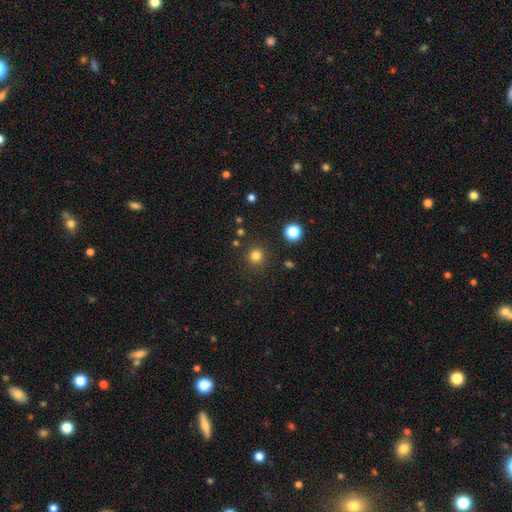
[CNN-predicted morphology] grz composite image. It shows a smooth galaxy with no disk features (81%) that is round (93%). Merging: none (90%).